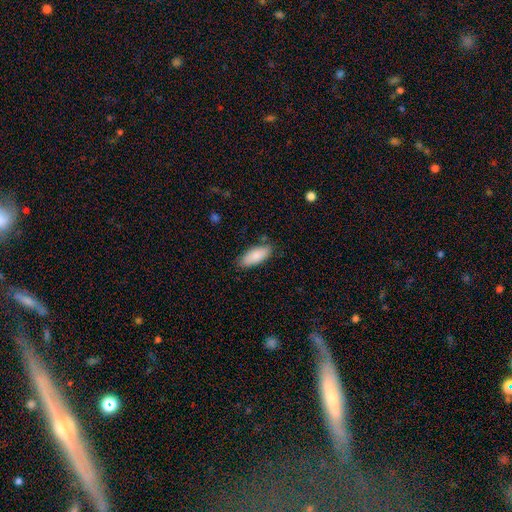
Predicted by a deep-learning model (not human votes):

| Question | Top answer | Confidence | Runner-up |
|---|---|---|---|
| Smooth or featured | smooth | 86% | featured or disk (8%) |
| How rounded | in between | 80% | cigar-shaped (18%) |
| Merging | none | 81% | minor disturbance (14%) |